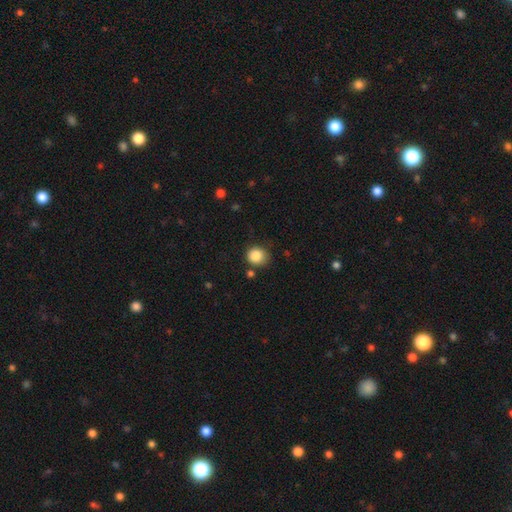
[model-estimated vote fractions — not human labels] A smooth galaxy with no disk features (86%) that is round (83%). Merging: none (74%).